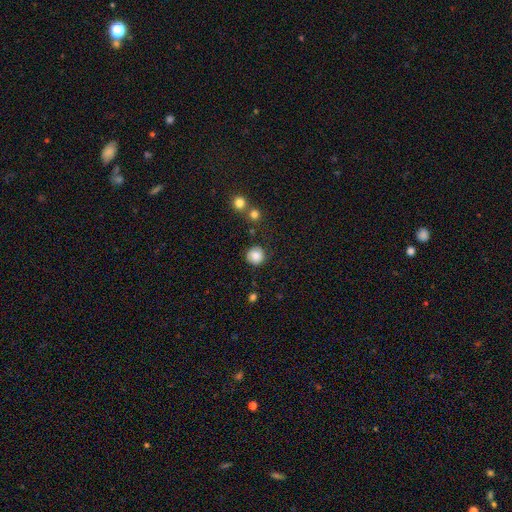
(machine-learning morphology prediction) This is clearly a smooth galaxy (83%). How rounded: clearly round (92%). Merging: likely none (79%).